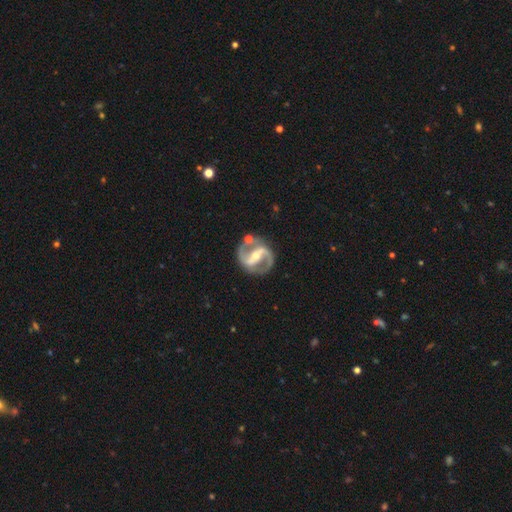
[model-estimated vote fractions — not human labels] Q: Smooth or featured?
A: featured or disk (92%); runner-up: star or artifact (4%)
Q: Edge-on disk?
A: no (98%); runner-up: yes (2%)
Q: Bar?
A: strong (63%); runner-up: weak (25%)
Q: Spiral arms?
A: yes (97%); runner-up: no (3%)
Q: Spiral winding?
A: medium (62%); runner-up: tight (20%)
Q: Spiral arm count?
A: 2 (94%); runner-up: can't tell (2%)
Q: Bulge size?
A: moderate (49%); runner-up: small (47%)
Q: Merging?
A: none (82%); runner-up: minor disturbance (11%)